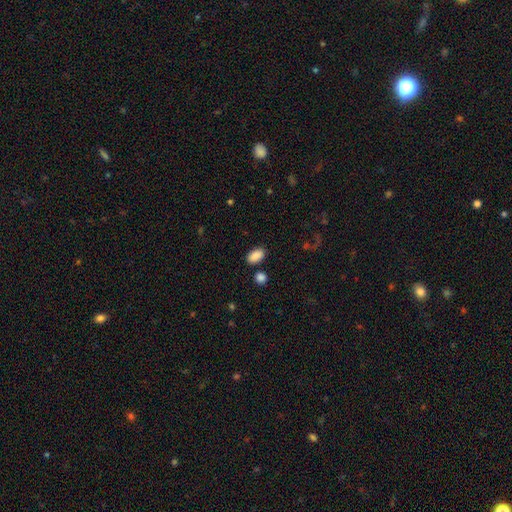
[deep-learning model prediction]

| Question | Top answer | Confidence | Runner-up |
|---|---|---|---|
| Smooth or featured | smooth | 88% | star or artifact (8%) |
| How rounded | in between | 92% | round (6%) |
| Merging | none | 83% | minor disturbance (9%) |